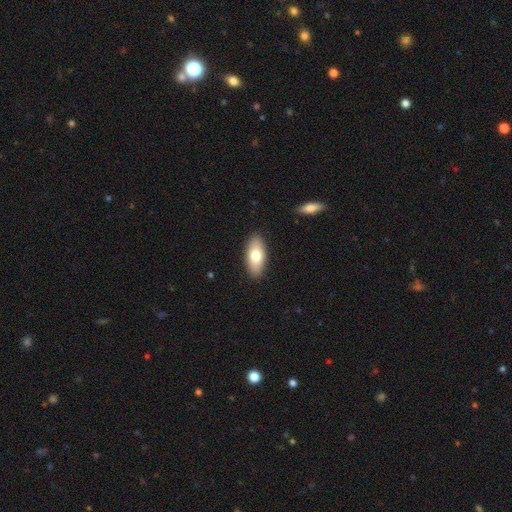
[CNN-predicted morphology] Smooth or featured? smooth (75%)
How rounded? in between (88%)
Merging? none (90%)